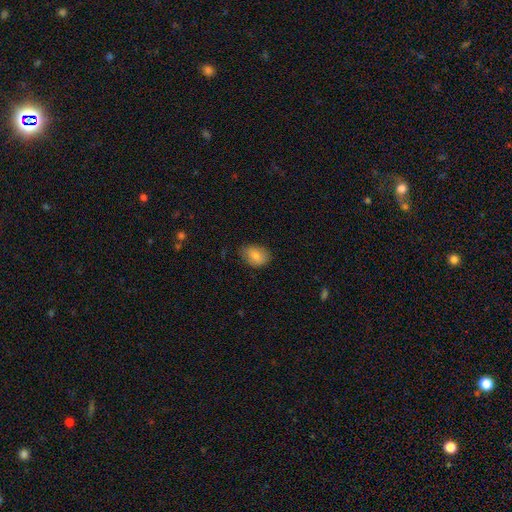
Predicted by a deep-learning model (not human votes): Smooth or featured: smooth — 77% (featured or disk — 14%)
How rounded: in between — 69% (round — 30%)
Merging: none — 79% (minor disturbance — 17%)